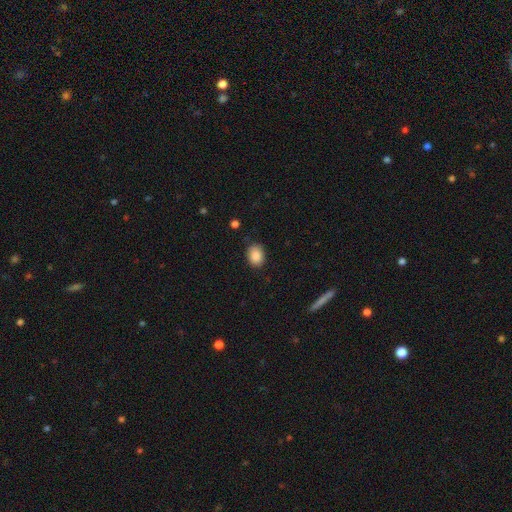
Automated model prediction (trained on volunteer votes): Morphology: type=smooth (88%); roundness=in between (67%); merging=none (83%).